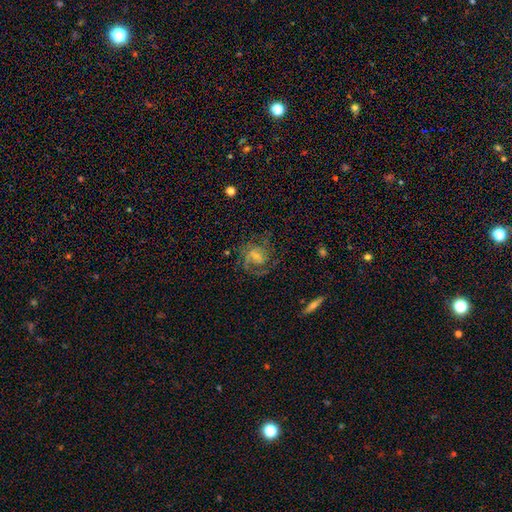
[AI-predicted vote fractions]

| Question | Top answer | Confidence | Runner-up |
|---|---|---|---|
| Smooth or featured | featured or disk | 75% | smooth (15%) |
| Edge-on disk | no | 98% | yes (2%) |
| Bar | no | 49% | weak (42%) |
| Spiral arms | yes | 91% | no (9%) |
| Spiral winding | medium | 47% | tight (34%) |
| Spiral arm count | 2 | 37% | can't tell (21%) |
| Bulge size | small | 52% | moderate (27%) |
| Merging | none | 60% | major disturbance (21%) |